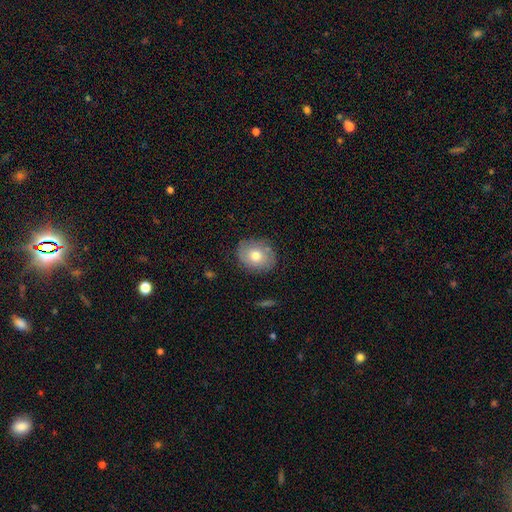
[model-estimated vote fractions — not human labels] The model was most divided on "how rounded": round: 56%, in between: 43%, cigar-shaped: 1%. More confident: merging — none (81%); smooth or featured — smooth (72%).